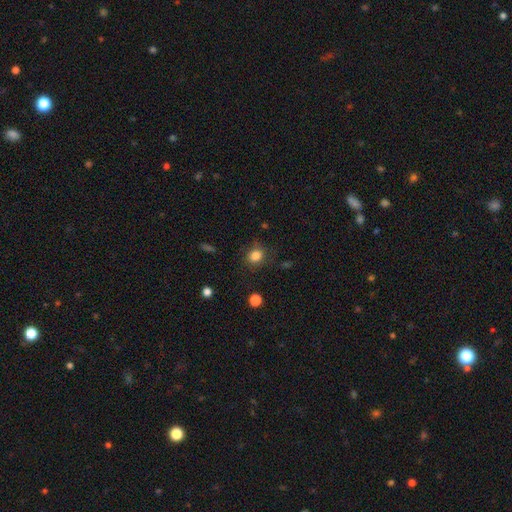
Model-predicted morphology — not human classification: type=smooth (83%); roundness=round (77%); merging=none (80%).